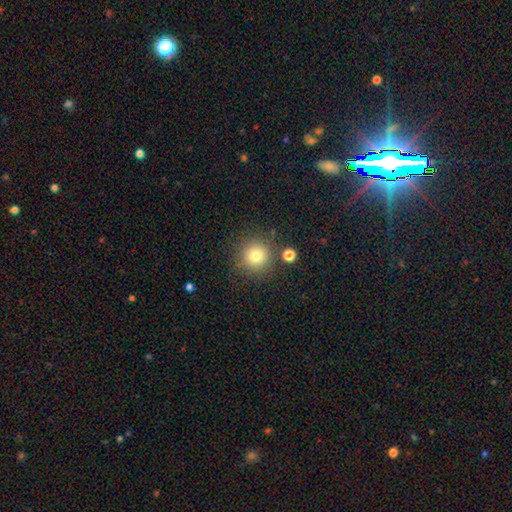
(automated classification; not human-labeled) Smooth or featured?
  - smooth: 79% *
  - star or artifact: 13%
  - featured or disk: 8%
How rounded?
  - round: 94% *
  - in between: 5%
  - cigar-shaped: 1%
Merging?
  - none: 84% *
  - minor disturbance: 8%
  - merger: 5%
  - major disturbance: 3%